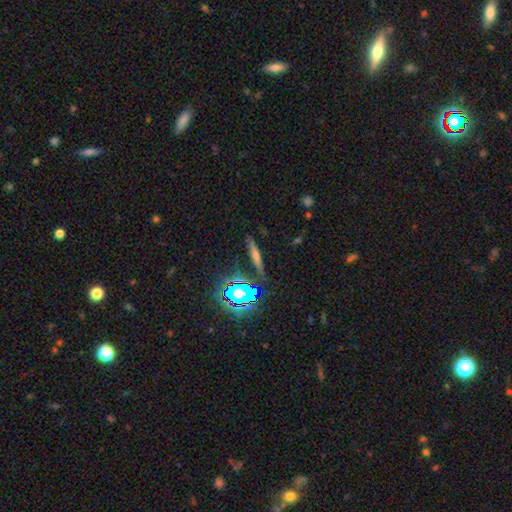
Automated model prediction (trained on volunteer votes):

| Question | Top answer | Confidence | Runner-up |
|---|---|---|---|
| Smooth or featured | smooth | 40% | featured or disk (38%) |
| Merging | none | 84% | minor disturbance (10%) |